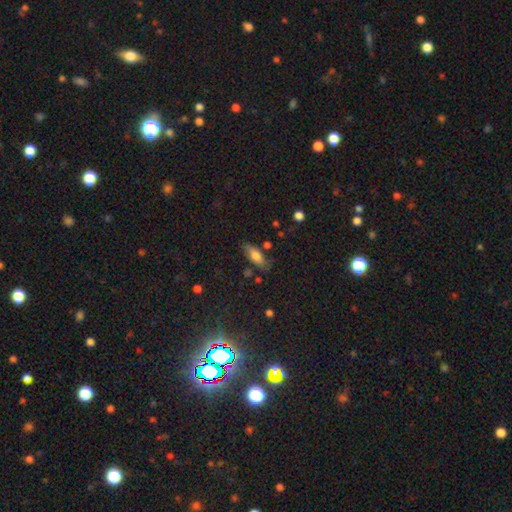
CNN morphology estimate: Smooth or featured? smooth (69%)
How rounded? in between (70%)
Merging? none (72%)